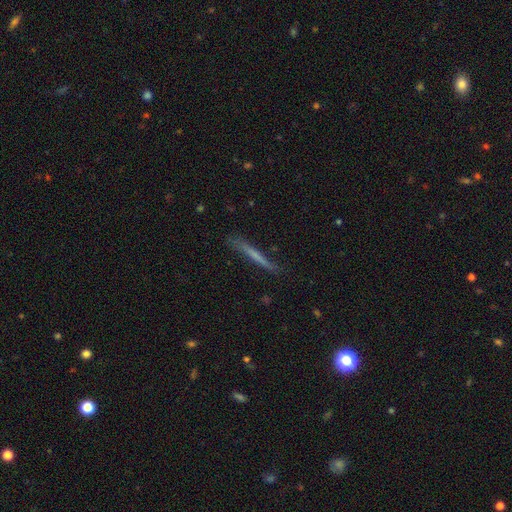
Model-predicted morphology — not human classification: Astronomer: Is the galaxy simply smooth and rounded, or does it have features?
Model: smooth — 53% (runner-up: featured or disk, 40%).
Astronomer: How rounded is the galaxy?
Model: cigar-shaped — 96%.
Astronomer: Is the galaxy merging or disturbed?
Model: none — 79%.